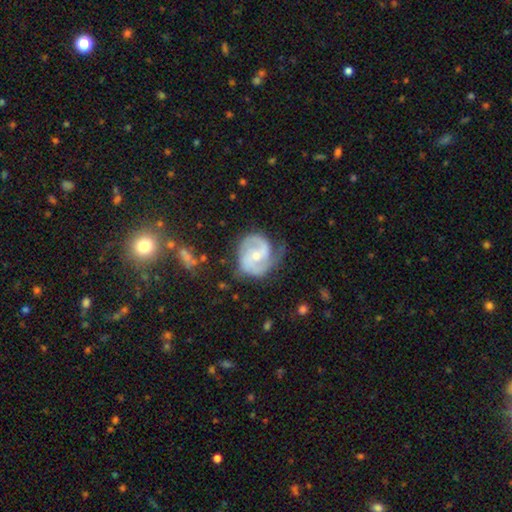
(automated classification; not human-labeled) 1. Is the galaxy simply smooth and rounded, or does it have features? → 83% featured or disk, 11% smooth, 5% star or artifact.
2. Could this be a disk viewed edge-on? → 98% no, 2% yes.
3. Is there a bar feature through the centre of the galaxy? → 45% no, 42% weak, 13% strong.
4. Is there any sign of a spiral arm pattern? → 95% yes, 5% no.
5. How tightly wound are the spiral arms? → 50% medium, 31% tight, 19% loose.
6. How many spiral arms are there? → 76% 2, 8% can't tell, 7% 3, 6% 1, 2% 4, 1% more than 4.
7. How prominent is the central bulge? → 52% small, 44% moderate, 2% none, 2% large, 1% dominant.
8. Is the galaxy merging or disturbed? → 58% none, 26% minor disturbance, 14% major disturbance, 2% merger.